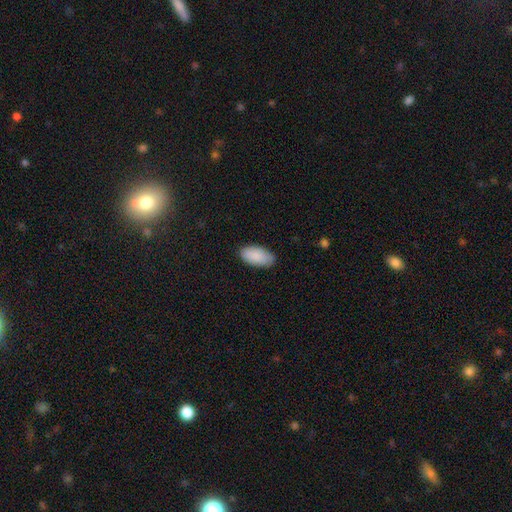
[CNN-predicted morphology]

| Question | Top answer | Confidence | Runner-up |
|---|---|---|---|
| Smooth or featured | smooth | 90% | star or artifact (6%) |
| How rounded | in between | 95% | cigar-shaped (3%) |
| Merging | none | 85% | minor disturbance (12%) |